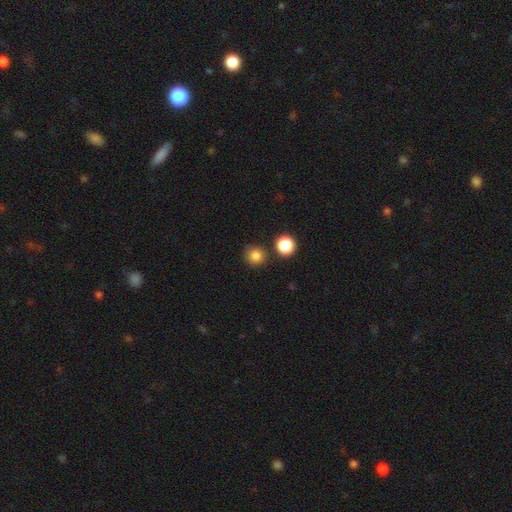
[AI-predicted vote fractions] This is clearly a smooth galaxy (83%). How rounded: clearly round (91%). Merging: clearly none (82%).